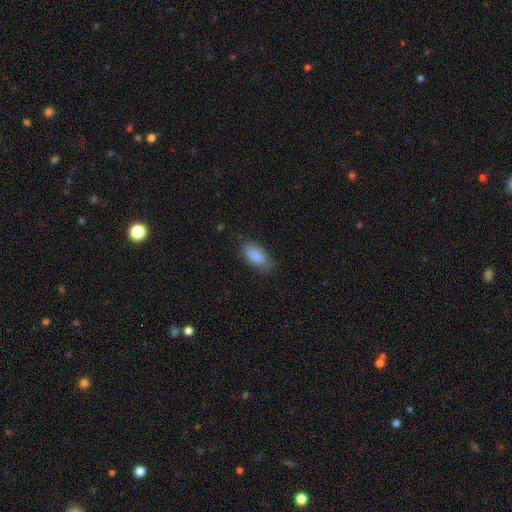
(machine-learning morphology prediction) This appears to be a smooth galaxy with no disk features (87%) that is in between round and cigar-shaped (90%). Merging: none (73%).